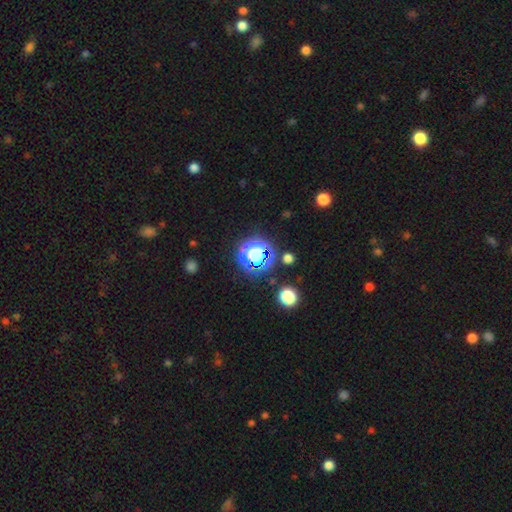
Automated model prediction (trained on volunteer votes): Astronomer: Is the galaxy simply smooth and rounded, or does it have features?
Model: star or artifact — 56% (runner-up: smooth, 34%).